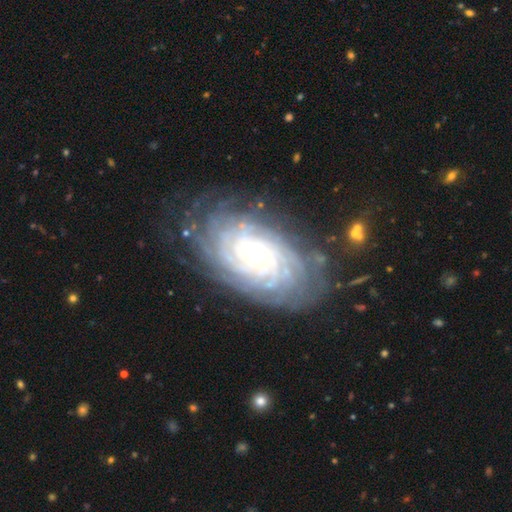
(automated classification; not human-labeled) smooth_or_featured: featured or disk (p=0.87) [alt: smooth p=0.07]
disk_edge_on: no (p=0.96) [alt: yes p=0.04]
bar: no (p=0.79) [alt: weak p=0.16]
has_spiral_arms: yes (p=0.97) [alt: no p=0.03]
spiral_winding: tight (p=0.85) [alt: medium p=0.12]
spiral_arm_count: more than 4 (p=0.35) [alt: can't tell p=0.27]
bulge_size: small (p=0.76) [alt: moderate p=0.20]
merging: none (p=0.78) [alt: minor disturbance p=0.14]